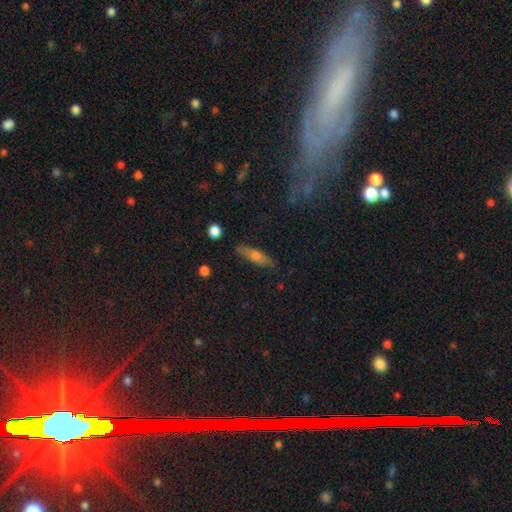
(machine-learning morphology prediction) type=smooth (60%); roundness=cigar-shaped (71%); merging=none (85%).